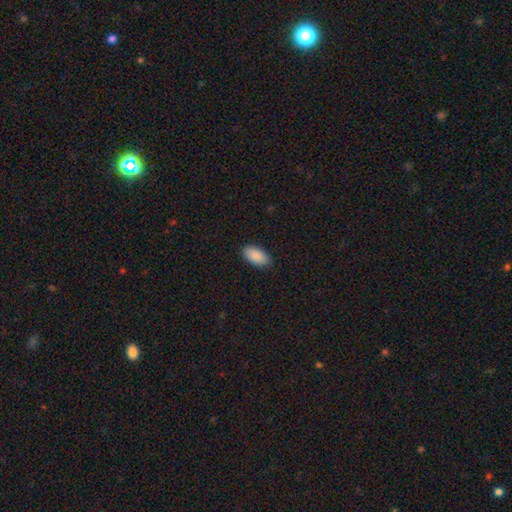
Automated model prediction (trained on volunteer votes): The model was most divided on "merging": none: 88%, minor disturbance: 10%, major disturbance: 2%, merger: 1%. More confident: how rounded — in between (95%); smooth or featured — smooth (90%).